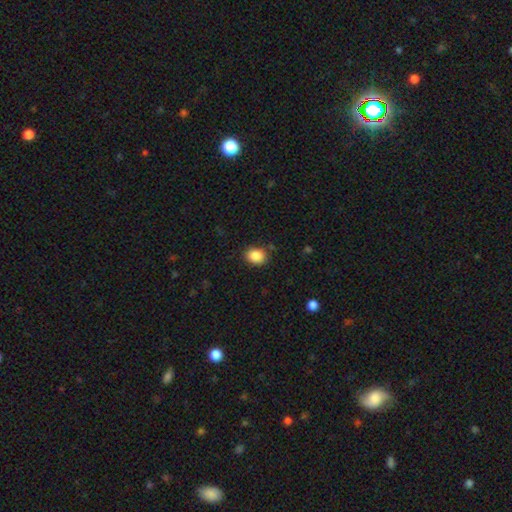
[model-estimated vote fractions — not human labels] Smooth or featured? Predicted: smooth (p=0.87). How rounded? Predicted: in between (p=0.53). Merging? Predicted: none (p=0.82).